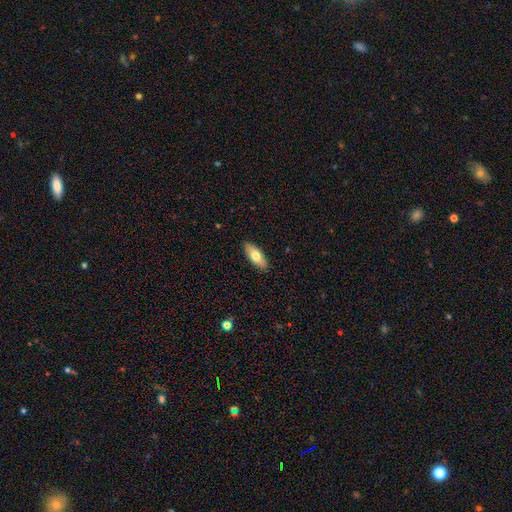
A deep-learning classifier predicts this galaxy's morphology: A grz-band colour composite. It shows a smooth galaxy with no disk features (73%) that is in between round and cigar-shaped (76%). Merging: none (89%).